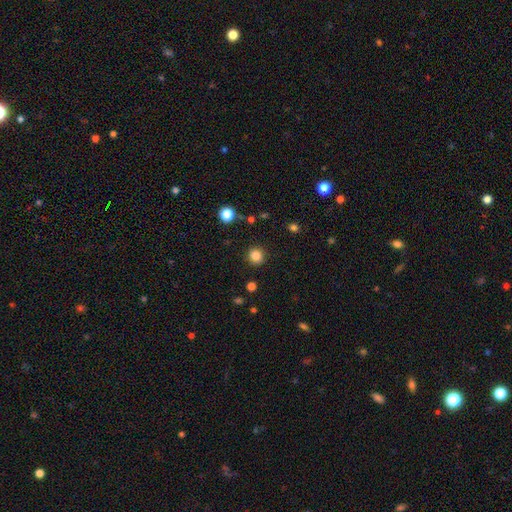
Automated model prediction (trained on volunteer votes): Smooth or featured? Predicted: smooth (p=0.84). How rounded? Predicted: round (p=0.93). Merging? Predicted: none (p=0.91).